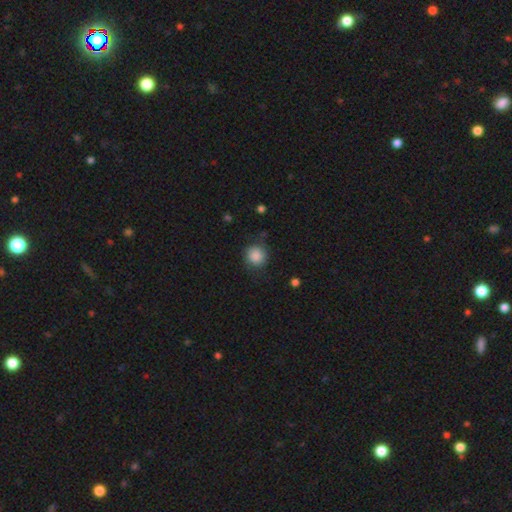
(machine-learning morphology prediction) Smooth or featured? Predicted: smooth (p=0.87). How rounded? Predicted: round (p=0.91). Merging? Predicted: none (p=0.82).